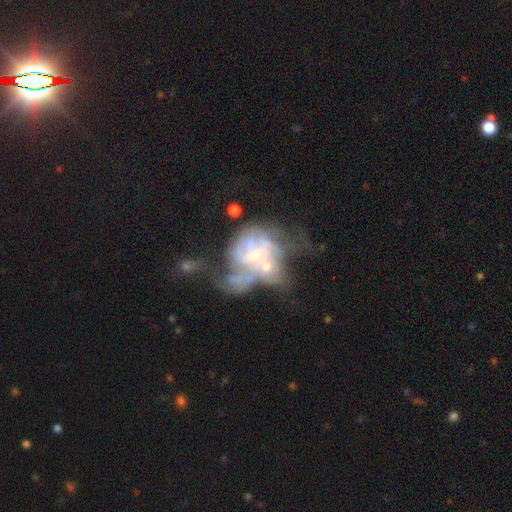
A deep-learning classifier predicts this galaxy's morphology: type=featured or disk (72%); edge-on=no (97%); bar=no (75%); spiral arms=yes (61%); bulge=small (59%); merging=merger (46%).